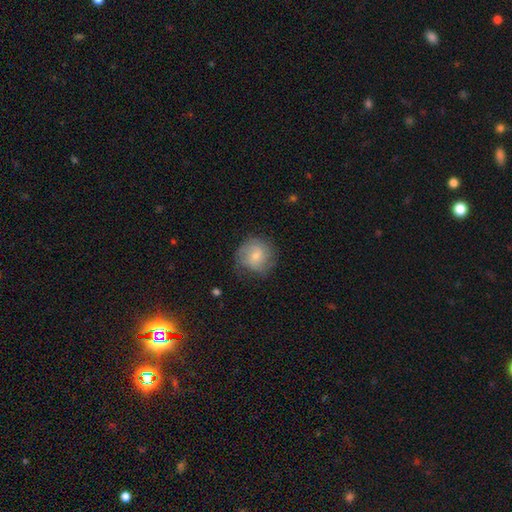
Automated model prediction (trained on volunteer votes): A smooth galaxy with no disk features (55%) that is round (88%).

Vote fractions:
- Smooth or featured? smooth: 55% / featured or disk: 38% / star or artifact: 7%
- How rounded? round: 88% / in between: 11% / cigar-shaped: 1%
- Merging? none: 67% / minor disturbance: 22% / major disturbance: 9% / merger: 1%